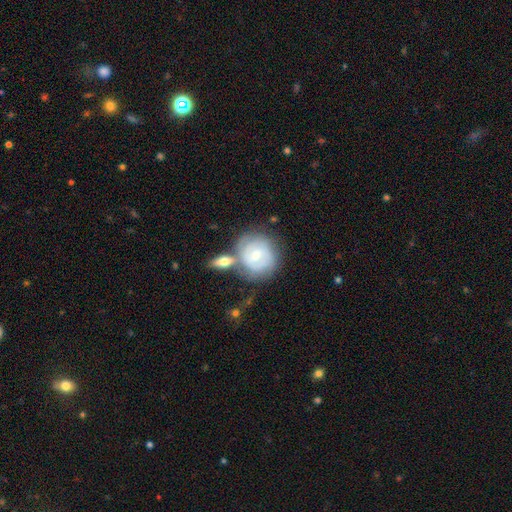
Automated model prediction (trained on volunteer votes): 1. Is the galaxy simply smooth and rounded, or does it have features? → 60% featured or disk, 34% smooth, 6% star or artifact.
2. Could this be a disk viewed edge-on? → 96% no, 4% yes.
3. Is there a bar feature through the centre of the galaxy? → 50% no, 43% weak, 7% strong.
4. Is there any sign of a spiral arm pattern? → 79% yes, 21% no.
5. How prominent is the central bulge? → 52% small, 42% moderate, 3% large, 2% none, 1% dominant.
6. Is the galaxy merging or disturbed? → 50% none, 26% merger, 17% minor disturbance, 8% major disturbance.